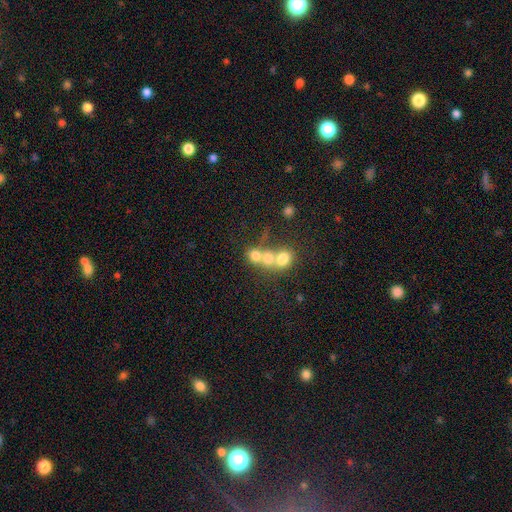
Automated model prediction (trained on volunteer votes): Overall: smooth (66%). How rounded: round (71%). Merging: merger (64%; none 25%).